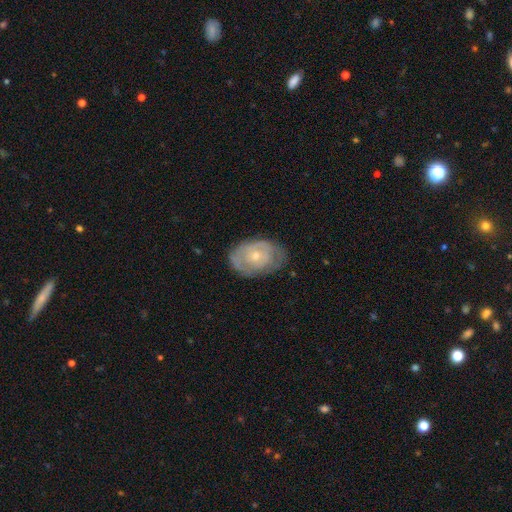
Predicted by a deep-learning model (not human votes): A featured or disk galaxy (63%) with no bar (84%), spiral arms (59%) and a small central bulge (61%).

Vote fractions:
- Smooth or featured? featured or disk: 63% / smooth: 31% / star or artifact: 6%
- Edge-on disk? no: 95% / yes: 5%
- Bar? no: 84% / weak: 14% / strong: 2%
- Spiral arms? yes: 59% / no: 41%
- Bulge size? small: 61% / moderate: 35% / large: 1% / none: 1% / dominant: 1%
- Merging? none: 65% / minor disturbance: 25% / major disturbance: 9% / merger: 1%